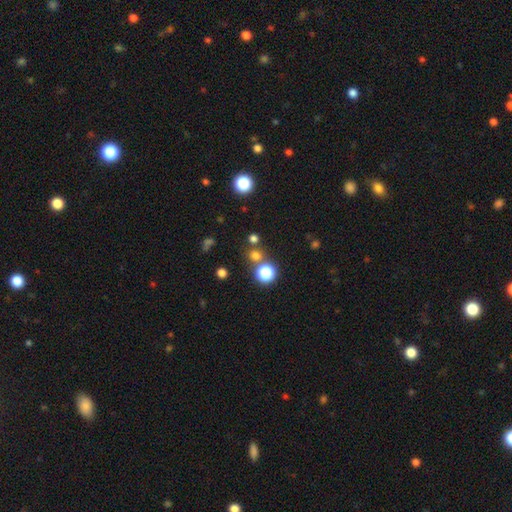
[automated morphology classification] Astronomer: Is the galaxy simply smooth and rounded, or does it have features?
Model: smooth — 66%.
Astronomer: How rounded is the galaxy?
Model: round — 89%.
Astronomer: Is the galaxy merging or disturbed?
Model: none — 73%.